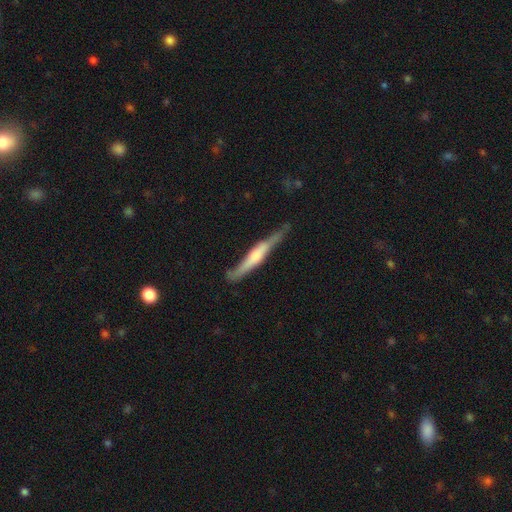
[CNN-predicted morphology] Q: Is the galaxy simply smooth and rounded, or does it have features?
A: featured or disk — 61%.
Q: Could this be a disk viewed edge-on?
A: yes — 94%.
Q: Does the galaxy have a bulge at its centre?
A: rounded — 51%.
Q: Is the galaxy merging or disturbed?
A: none — 71%.